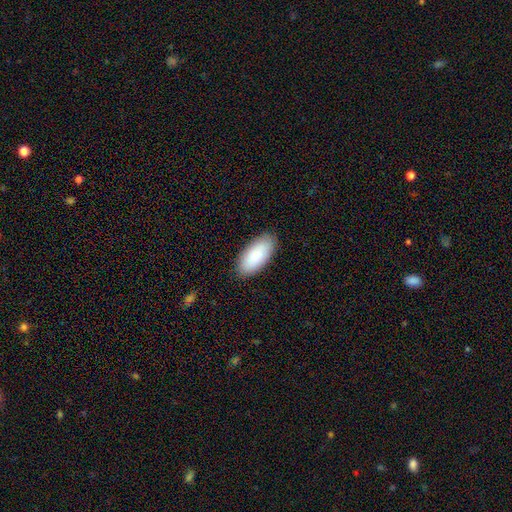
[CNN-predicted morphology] A smooth galaxy with no disk features (87%) that is in between round and cigar-shaped (91%).

Vote fractions:
- Smooth or featured? smooth: 87% / featured or disk: 7% / star or artifact: 5%
- How rounded? in between: 91% / cigar-shaped: 7% / round: 2%
- Merging? none: 88% / minor disturbance: 9% / major disturbance: 2% / merger: 1%